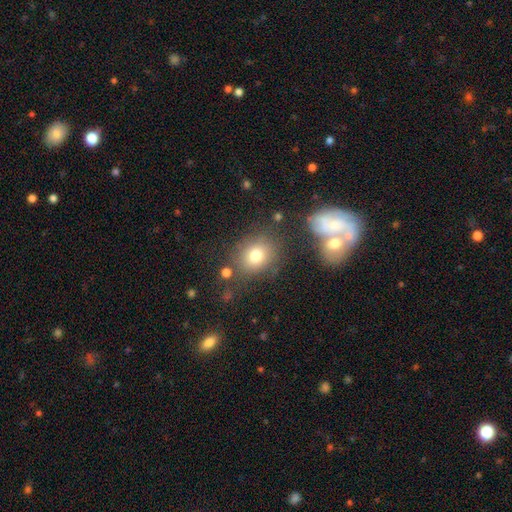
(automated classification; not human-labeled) Morphology: type=smooth (75%); roundness=round (65%); merging=none (74%).